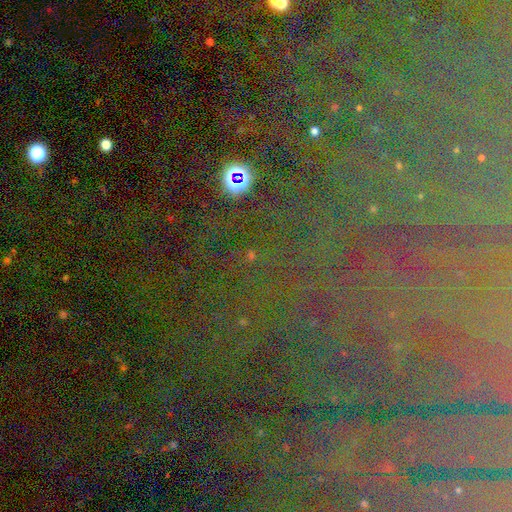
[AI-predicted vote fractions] Smooth or featured? star or artifact (73%)